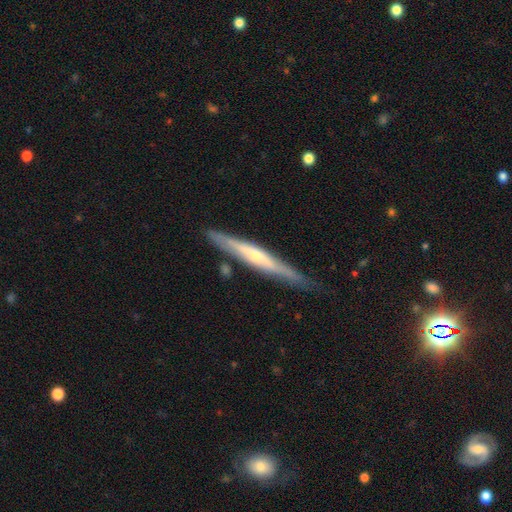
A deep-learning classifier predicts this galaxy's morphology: The model was most divided on "edge-on bulge": rounded: 62%, none: 31%, boxy: 7%. More confident: edge-on disk — yes (95%); merging — none (81%); smooth or featured — featured or disk (67%).